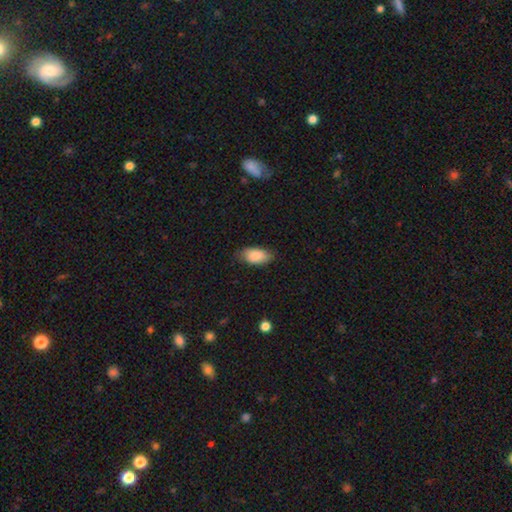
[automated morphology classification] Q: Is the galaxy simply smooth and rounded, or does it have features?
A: smooth — 87%.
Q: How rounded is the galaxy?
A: in between — 92%.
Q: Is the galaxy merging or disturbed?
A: none — 75%.